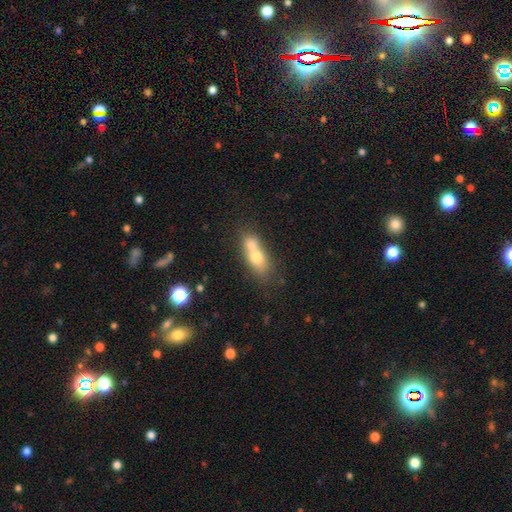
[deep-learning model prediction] Smooth or featured: smooth — 64% (featured or disk — 26%)
How rounded: in between — 65% (round — 22%)
Merging: merger — 64% (none — 24%)